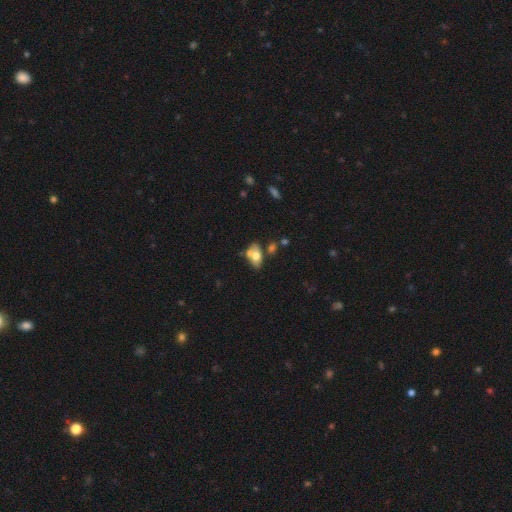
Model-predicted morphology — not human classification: smooth 66%, featured or disk 26%, star or artifact 8%. Down the decision tree: how rounded — in between (87%); merging — none (41%).